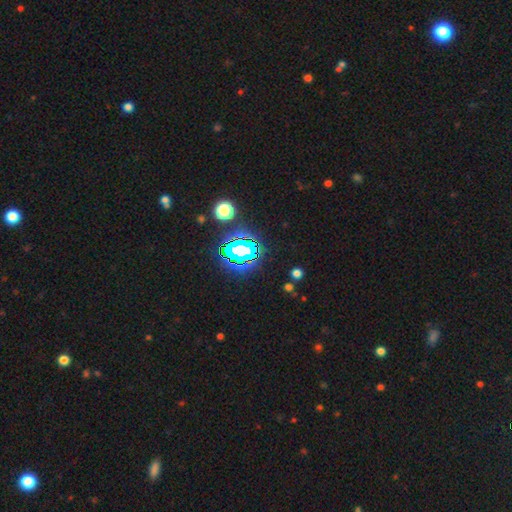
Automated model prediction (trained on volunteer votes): smooth-or-featured: star or artifact: 82% | smooth: 11% | featured or disk: 7%